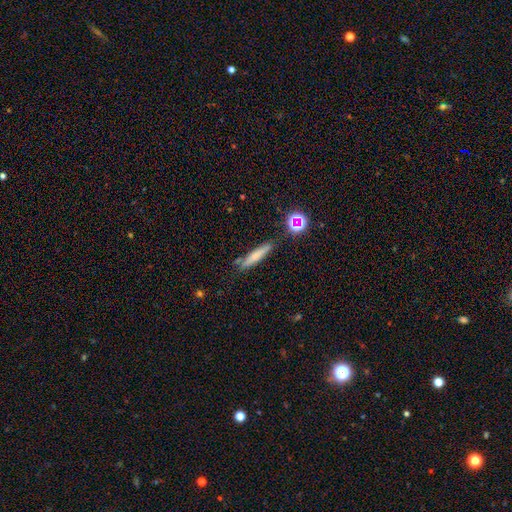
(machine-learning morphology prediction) Overall: smooth (66%). How rounded: cigar-shaped (88%). Merging: none (78%).